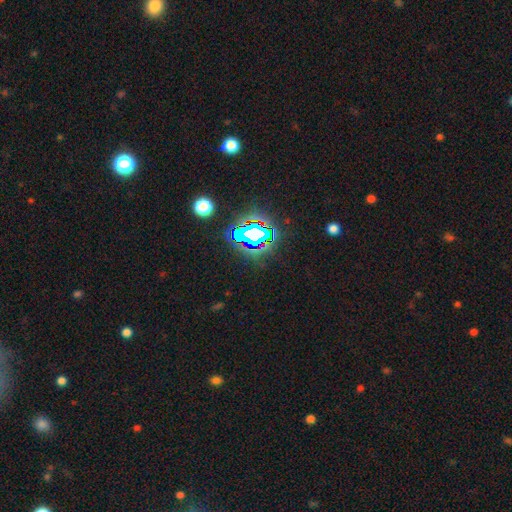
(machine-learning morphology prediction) This appears to be a star or artifact, not a galaxy (84%).